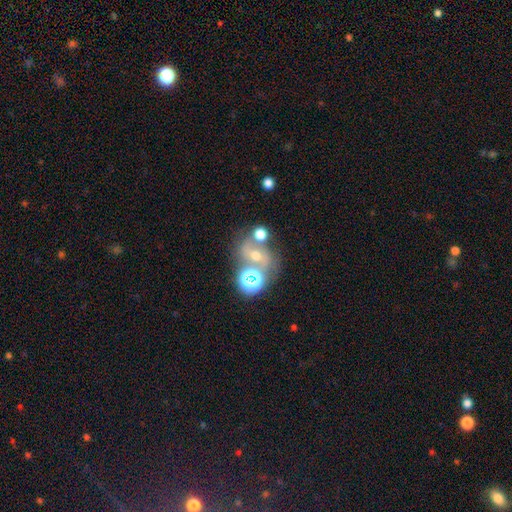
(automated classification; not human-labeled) Q: Smooth or featured?
A: featured or disk (38%); runner-up: star or artifact (32%)
Q: Merging?
A: none (49%); runner-up: merger (30%)